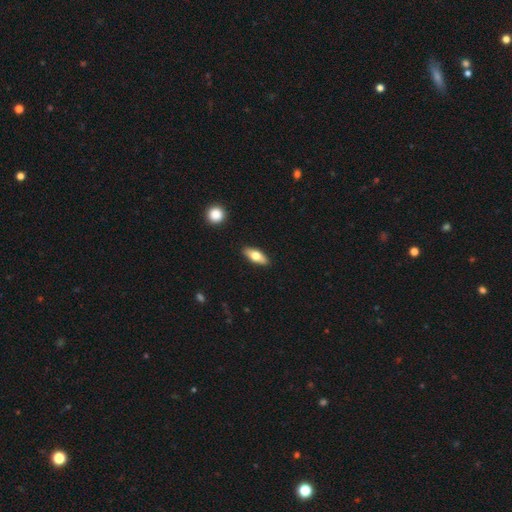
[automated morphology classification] This is likely a smooth galaxy (62%). How rounded: likely in between (71%). Merging: clearly none (89%).